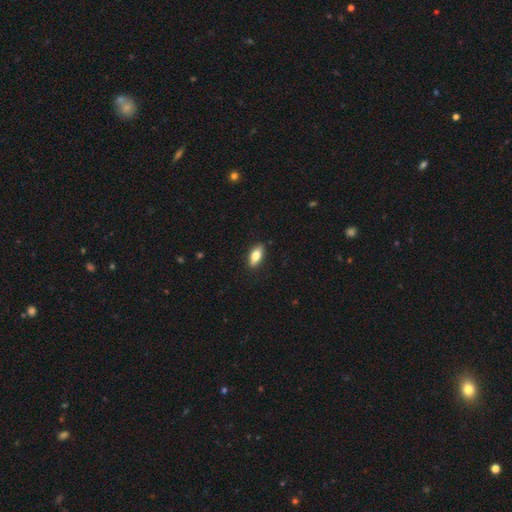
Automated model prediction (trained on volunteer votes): Smooth or featured: smooth — 79% (featured or disk — 14%)
How rounded: in between — 83% (cigar-shaped — 13%)
Merging: none — 87% (minor disturbance — 10%)